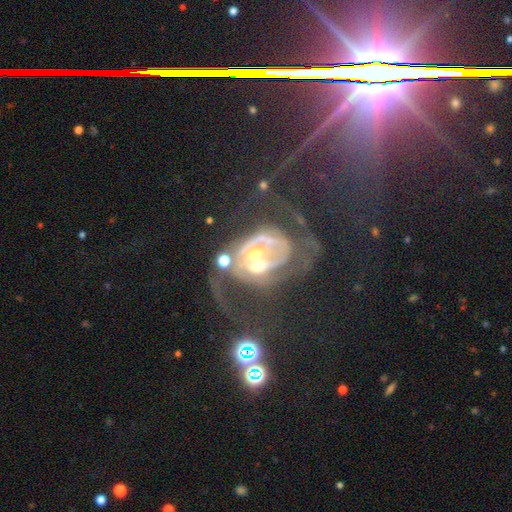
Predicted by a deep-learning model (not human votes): Overall: featured or disk (75%). Edge-on disk: no (97%). Bar: no (67%). Spiral arms: yes (66%; no 34%). Bulge size: moderate (55%; small 28%). Merging: major disturbance (39%; merger 29%).